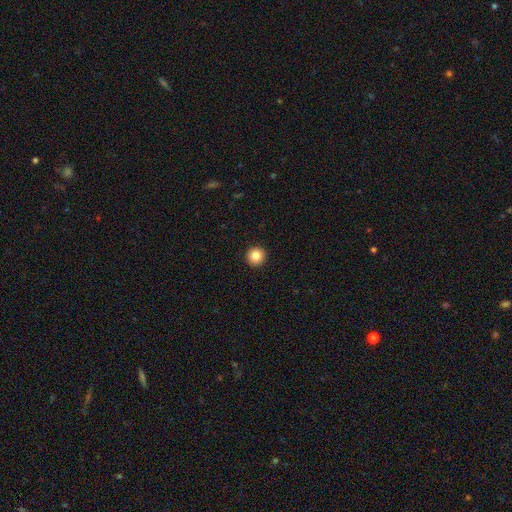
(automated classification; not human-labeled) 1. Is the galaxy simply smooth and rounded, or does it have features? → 85% smooth, 10% star or artifact, 5% featured or disk.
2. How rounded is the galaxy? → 96% round, 3% in between, 1% cigar-shaped.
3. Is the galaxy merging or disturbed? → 94% none, 4% minor disturbance, 1% major disturbance, 1% merger.